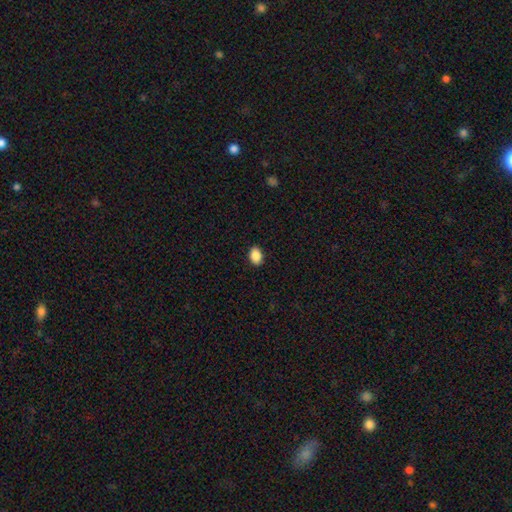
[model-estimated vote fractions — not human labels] Smooth or featured? smooth (89%)
How rounded? in between (76%)
Merging? none (89%)